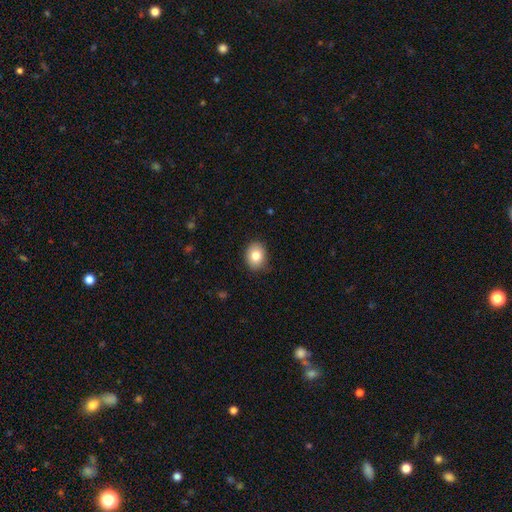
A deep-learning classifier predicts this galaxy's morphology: smooth-or-featured: smooth: 82% | featured or disk: 9% | star or artifact: 9%
  how-rounded: in between: 52% | round: 47% | cigar-shaped: 1%
  merging: none: 82% | minor disturbance: 15% | major disturbance: 3% | merger: 1%